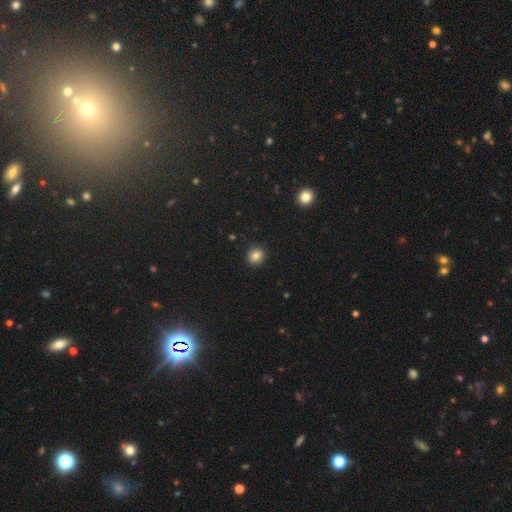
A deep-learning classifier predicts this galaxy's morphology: Overall: smooth (84%). How rounded: round (83%). Merging: none (91%).